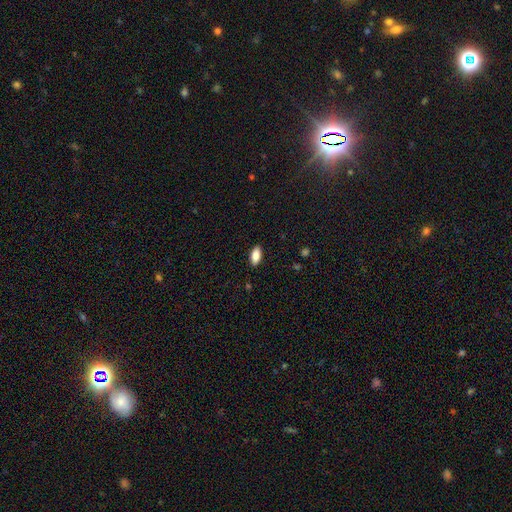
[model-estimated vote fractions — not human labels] smooth_or_featured: smooth (p=0.84) [alt: featured or disk p=0.09]
how_rounded: in between (p=0.88) [alt: cigar-shaped p=0.10]
merging: none (p=0.89) [alt: minor disturbance p=0.08]